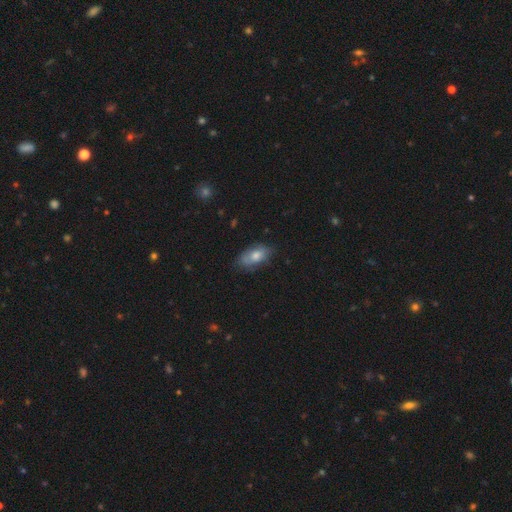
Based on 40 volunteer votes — A smooth galaxy with no disk features (60%) that is in between round and cigar-shaped (92%). Merging: none (49%).